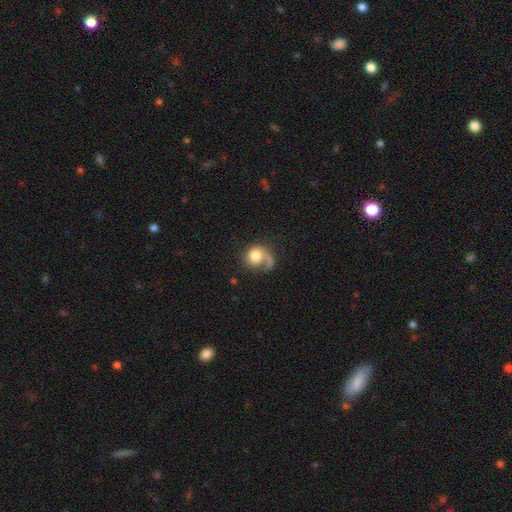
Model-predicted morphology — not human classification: This is possibly a smooth galaxy (49%). Merging: marginally none (40%).